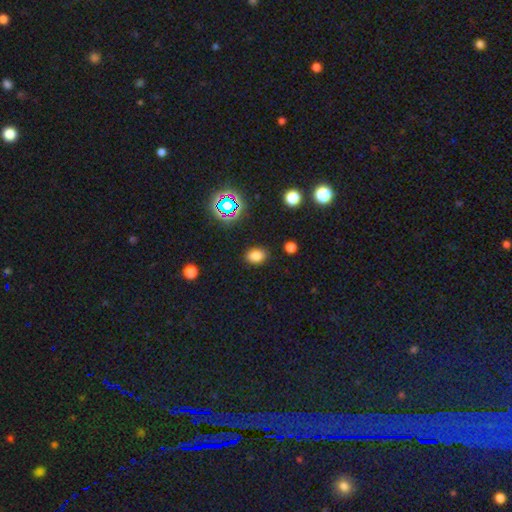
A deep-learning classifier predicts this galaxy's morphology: Overall: smooth (78%). How rounded: in between (71%). Merging: none (86%).